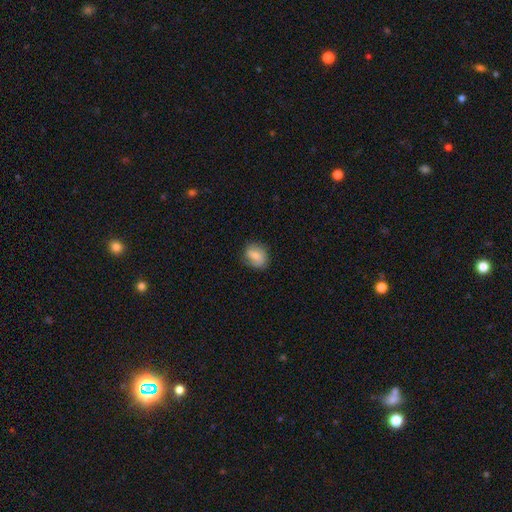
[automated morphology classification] Smooth or featured? Predicted: smooth (p=0.69). How rounded? Predicted: in between (p=0.57). Merging? Predicted: none (p=0.68).